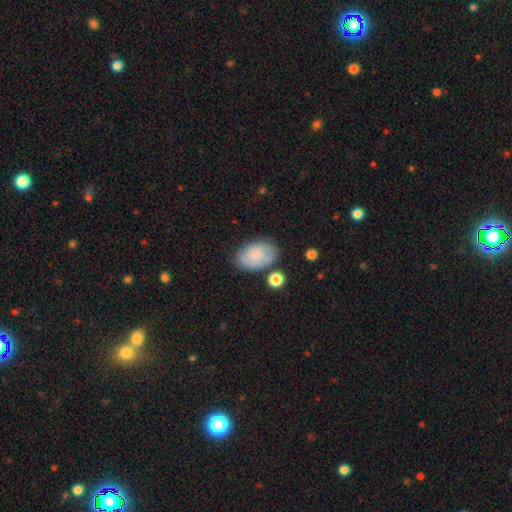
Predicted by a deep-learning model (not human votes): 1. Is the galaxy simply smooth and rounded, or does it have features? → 81% smooth, 12% featured or disk, 7% star or artifact.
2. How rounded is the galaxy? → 89% in between, 9% round, 1% cigar-shaped.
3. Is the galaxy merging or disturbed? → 67% none, 20% minor disturbance, 7% merger, 6% major disturbance.